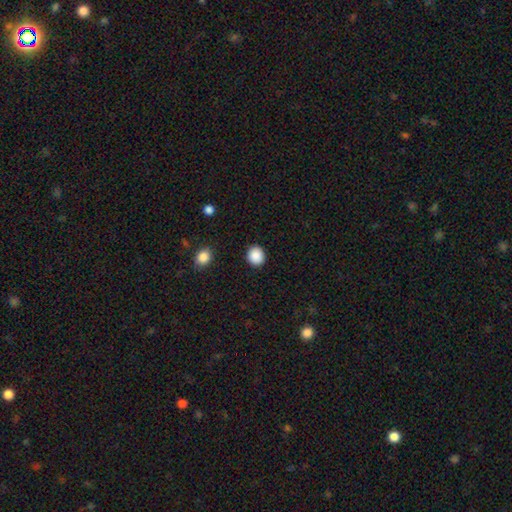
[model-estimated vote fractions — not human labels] Smooth or featured: smooth — 89% (star or artifact — 8%)
How rounded: round — 82% (in between — 17%)
Merging: none — 91% (minor disturbance — 6%)